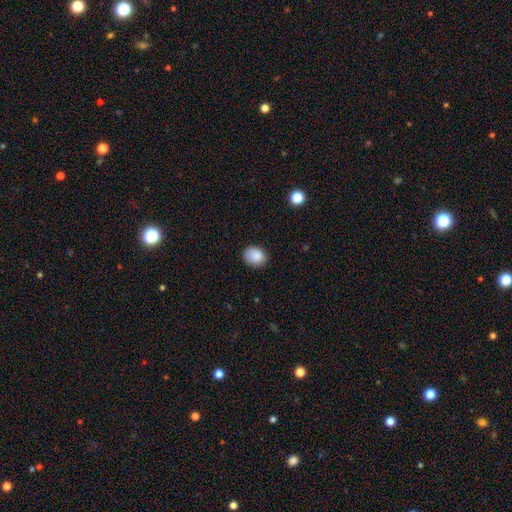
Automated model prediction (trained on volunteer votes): Overall: smooth (86%). How rounded: in between (53%; round 46%). Merging: none (79%).